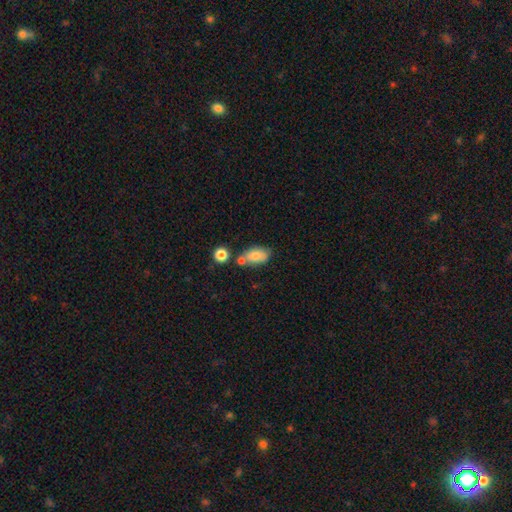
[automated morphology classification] smooth 80%, featured or disk 12%, star or artifact 8%. Down the decision tree: how rounded — in between (90%); merging — none (59%).